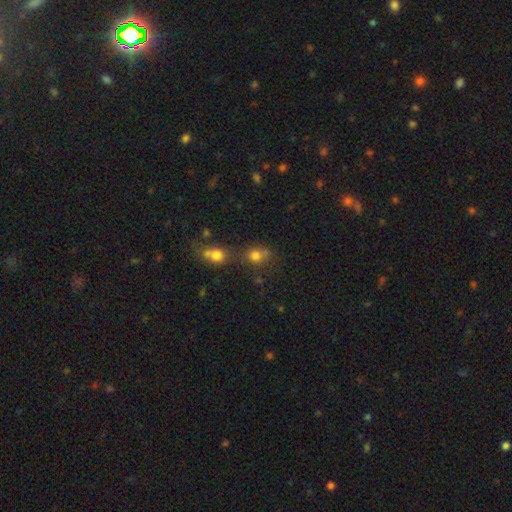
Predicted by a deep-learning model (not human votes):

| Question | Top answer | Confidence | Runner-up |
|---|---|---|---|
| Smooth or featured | smooth | 72% | star or artifact (18%) |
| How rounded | round | 78% | in between (21%) |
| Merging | none | 47% | merger (36%) |